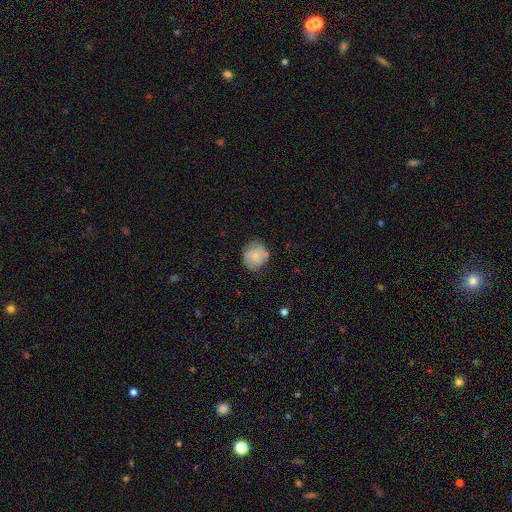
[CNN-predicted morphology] A featured or disk galaxy (49%). Merging: none (66%).